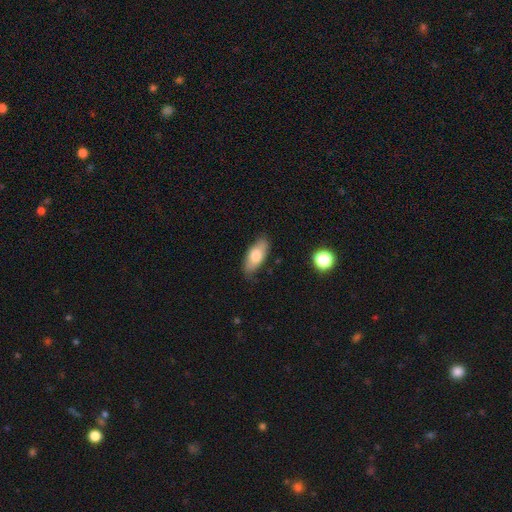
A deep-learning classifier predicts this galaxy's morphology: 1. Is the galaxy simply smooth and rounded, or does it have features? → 75% smooth, 18% featured or disk, 7% star or artifact.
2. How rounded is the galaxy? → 83% in between, 14% cigar-shaped, 3% round.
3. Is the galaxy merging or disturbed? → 79% none, 16% minor disturbance, 3% major disturbance, 1% merger.